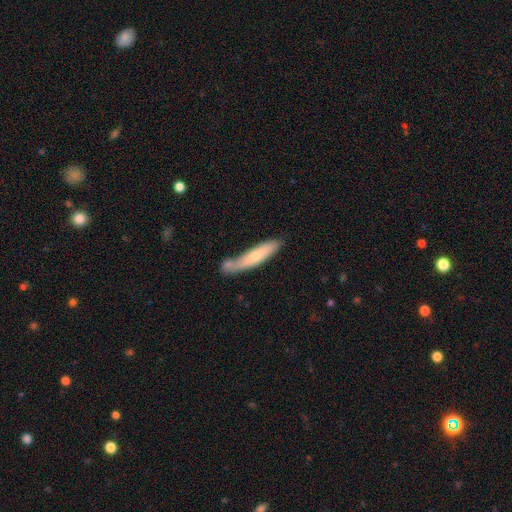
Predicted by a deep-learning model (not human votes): smooth 63%, featured or disk 31%, star or artifact 6%. Down the decision tree: how rounded — cigar-shaped (84%); merging — none (51%).